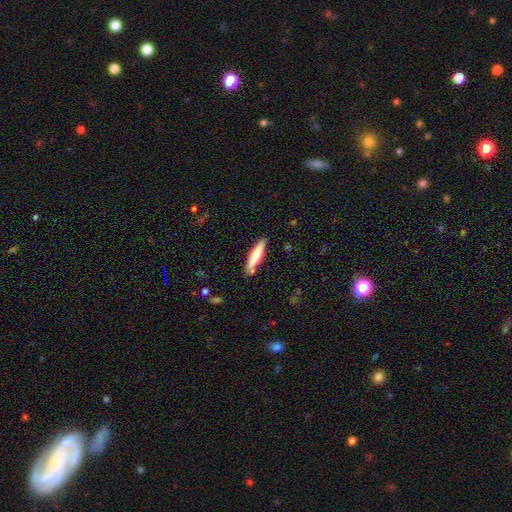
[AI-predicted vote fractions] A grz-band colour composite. It shows a smooth galaxy with no disk features (61%) that is cigar-shaped (83%). Merging: none (82%).